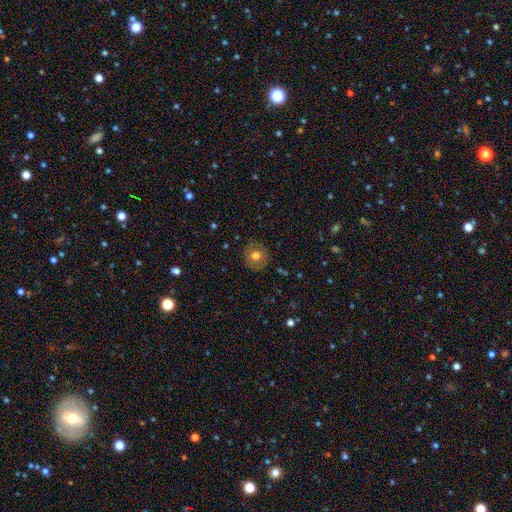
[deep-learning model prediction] Smooth or featured? smooth (69%)
How rounded? round (90%)
Merging? none (87%)